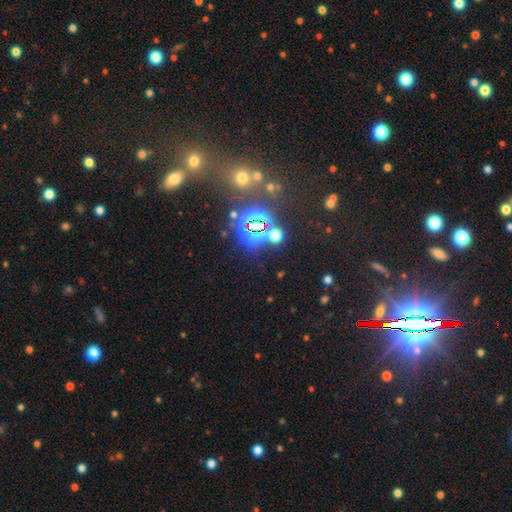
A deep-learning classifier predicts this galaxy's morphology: Smooth or featured? Predicted: star or artifact (p=0.80).